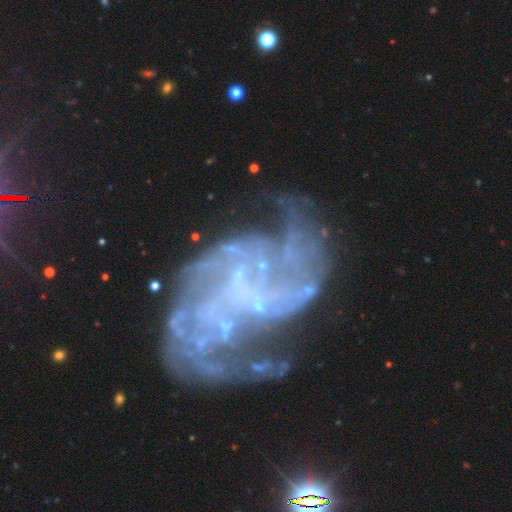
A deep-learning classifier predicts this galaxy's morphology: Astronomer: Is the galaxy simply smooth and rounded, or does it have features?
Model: featured or disk — 84%.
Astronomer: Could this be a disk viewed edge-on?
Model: no — 98%.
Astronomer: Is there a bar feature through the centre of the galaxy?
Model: no — 52% (runner-up: weak, 34%).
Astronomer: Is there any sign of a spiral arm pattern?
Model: yes — 84%.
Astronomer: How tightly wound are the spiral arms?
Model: loose — 51% (runner-up: medium, 34%).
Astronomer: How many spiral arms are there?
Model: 2 — 36% (runner-up: can't tell, 26%).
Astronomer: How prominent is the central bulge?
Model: none — 58%.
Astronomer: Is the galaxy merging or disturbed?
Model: none — 38% (runner-up: major disturbance, 36%).